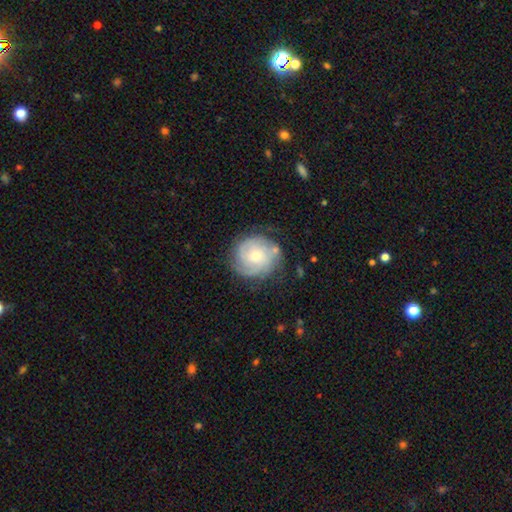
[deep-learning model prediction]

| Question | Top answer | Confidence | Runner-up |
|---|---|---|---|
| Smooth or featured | featured or disk | 69% | smooth (25%) |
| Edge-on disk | no | 98% | yes (2%) |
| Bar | no | 77% | weak (20%) |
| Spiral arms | yes | 89% | no (11%) |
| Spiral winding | tight | 64% | medium (28%) |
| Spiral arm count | can't tell | 36% | 3 (26%) |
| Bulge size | moderate | 52% | small (43%) |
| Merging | none | 73% | minor disturbance (18%) |